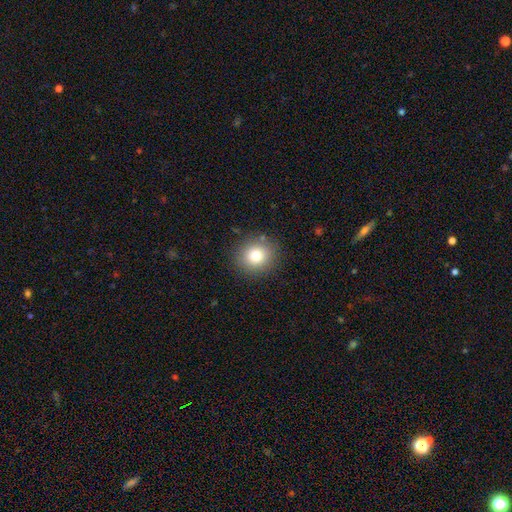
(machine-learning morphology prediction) A smooth galaxy with no disk features (78%) that is round (87%). Merging: none (87%).